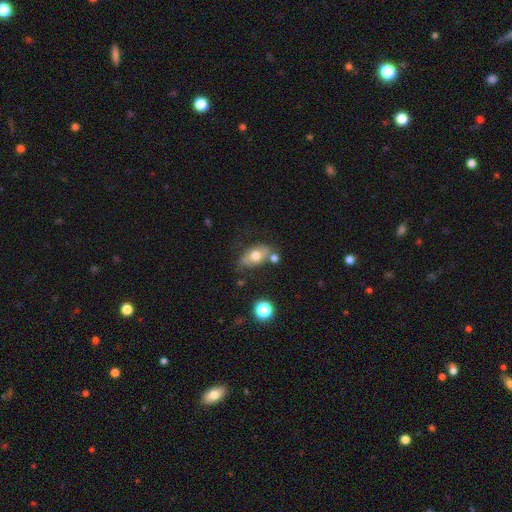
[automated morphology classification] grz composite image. It shows a smooth galaxy with no disk features (60%) that is in between round and cigar-shaped (84%). Merging: none (56%).